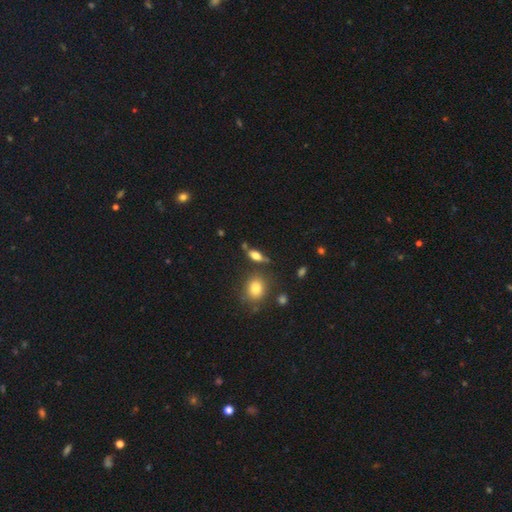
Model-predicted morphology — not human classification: Smooth or featured? smooth (59%)
How rounded? in between (64%)
Merging? none (70%)